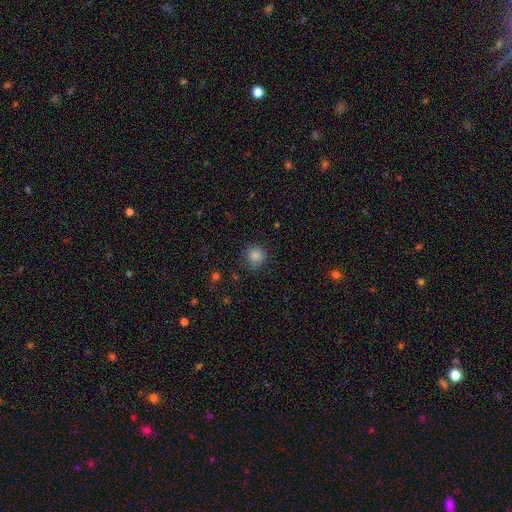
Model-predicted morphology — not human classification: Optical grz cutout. It shows a smooth galaxy with no disk features (85%) that is round (91%). Merging: none (80%).